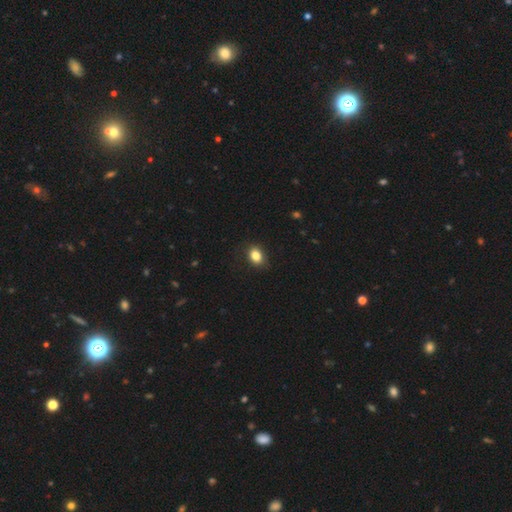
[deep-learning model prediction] This is clearly a smooth galaxy (85%). How rounded: likely in between (70%). Merging: clearly none (85%).